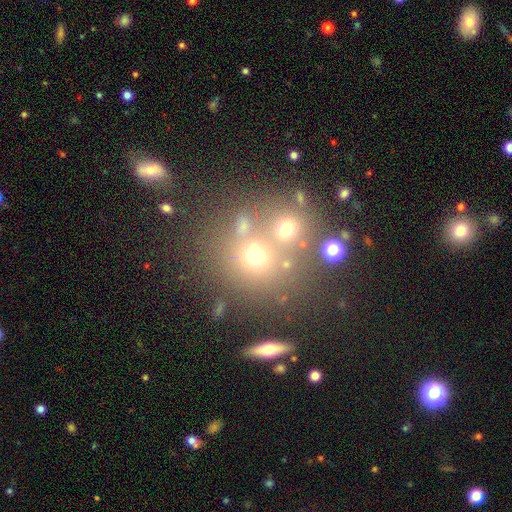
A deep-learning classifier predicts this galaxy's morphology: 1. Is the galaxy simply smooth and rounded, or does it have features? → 50% smooth, 28% star or artifact, 22% featured or disk.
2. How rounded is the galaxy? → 78% round, 20% in between, 1% cigar-shaped.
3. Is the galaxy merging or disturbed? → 47% none, 38% merger, 10% minor disturbance, 6% major disturbance.